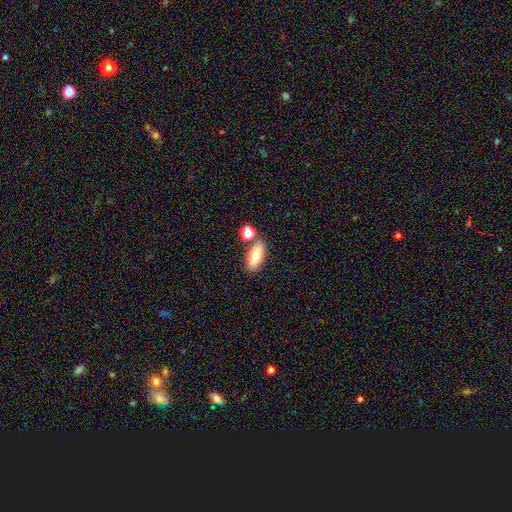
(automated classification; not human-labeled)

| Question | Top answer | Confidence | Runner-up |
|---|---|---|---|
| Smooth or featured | smooth | 76% | featured or disk (16%) |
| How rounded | in between | 83% | cigar-shaped (13%) |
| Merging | none | 70% | merger (16%) |